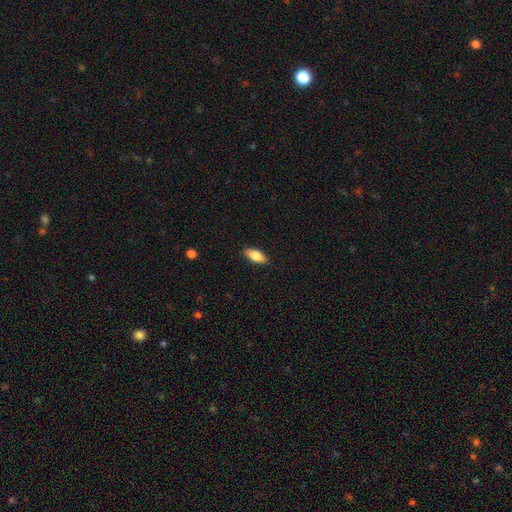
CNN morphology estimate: The model was most divided on "smooth or featured": smooth: 81%, featured or disk: 13%, star or artifact: 6%. More confident: merging — none (88%); how rounded — in between (84%).